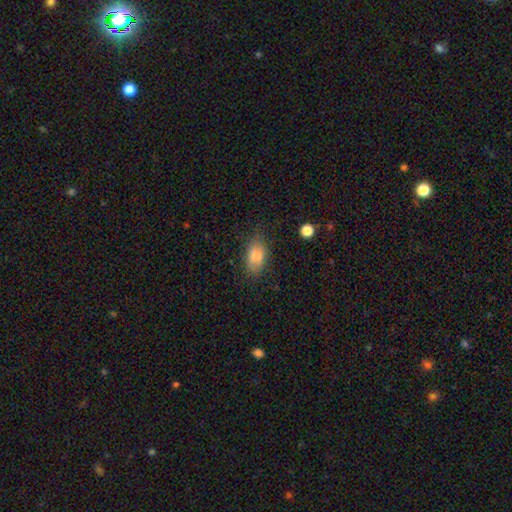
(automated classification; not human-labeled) The model was most divided on "merging": none: 73%, minor disturbance: 20%, major disturbance: 5%, merger: 2%. More confident: how rounded — in between (88%); smooth or featured — smooth (79%).